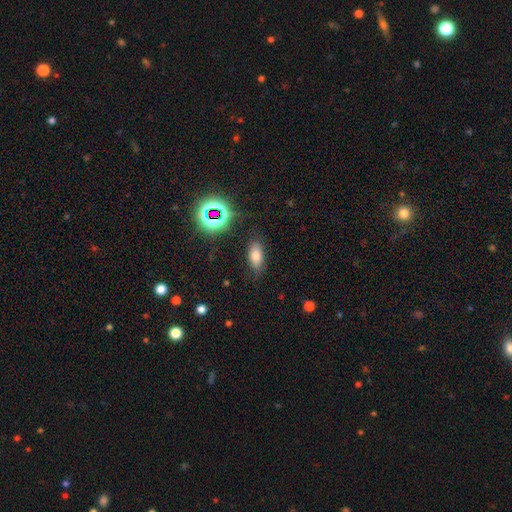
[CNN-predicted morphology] Smooth or featured? smooth (71%)
How rounded? in between (85%)
Merging? none (81%)